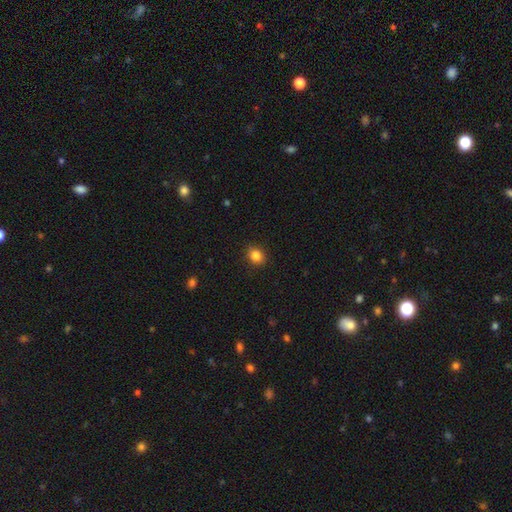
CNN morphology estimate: smooth-or-featured: smooth: 85% | star or artifact: 11% | featured or disk: 5%
  how-rounded: round: 62% | in between: 37% | cigar-shaped: 1%
  merging: none: 89% | minor disturbance: 8% | major disturbance: 2% | merger: 1%